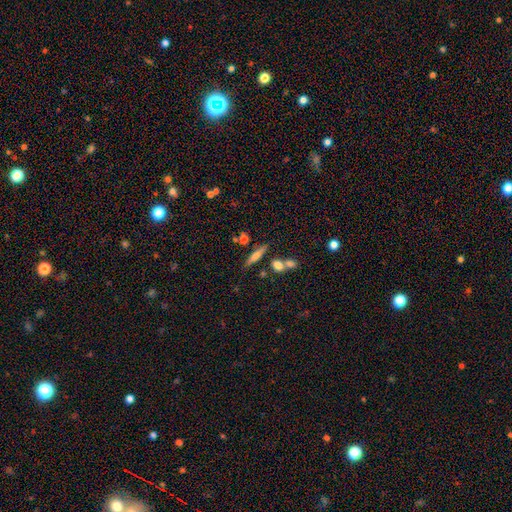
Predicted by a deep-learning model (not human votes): smooth-or-featured: smooth: 50% | featured or disk: 41% | star or artifact: 9%
  merging: none: 72% | merger: 13% | minor disturbance: 11% | major disturbance: 4%